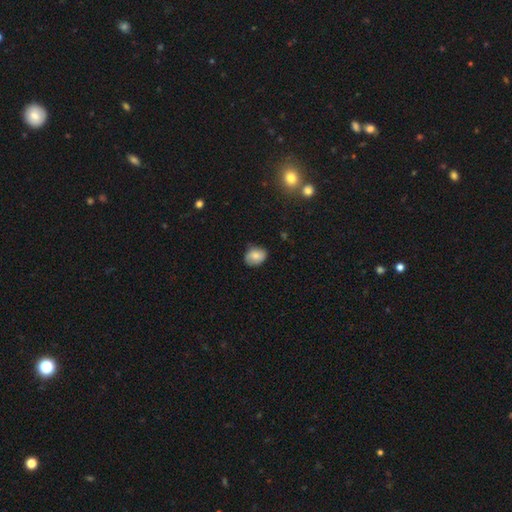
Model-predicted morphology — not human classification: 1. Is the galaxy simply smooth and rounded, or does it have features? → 77% smooth, 14% featured or disk, 9% star or artifact.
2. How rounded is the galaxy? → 59% in between, 40% round, 1% cigar-shaped.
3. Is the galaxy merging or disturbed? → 74% none, 21% minor disturbance, 4% major disturbance, 1% merger.